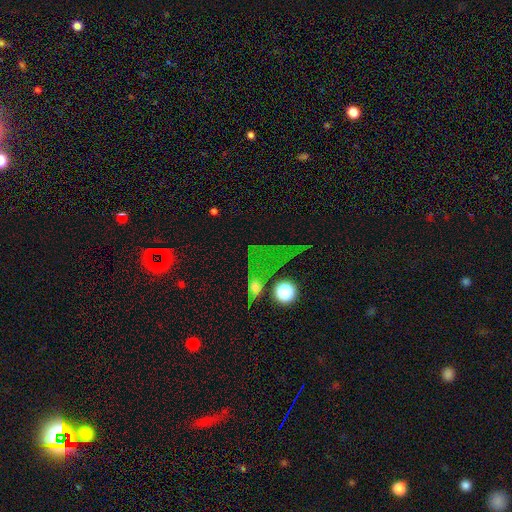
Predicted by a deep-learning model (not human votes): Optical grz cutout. It shows a star or artifact, not a galaxy (58%).